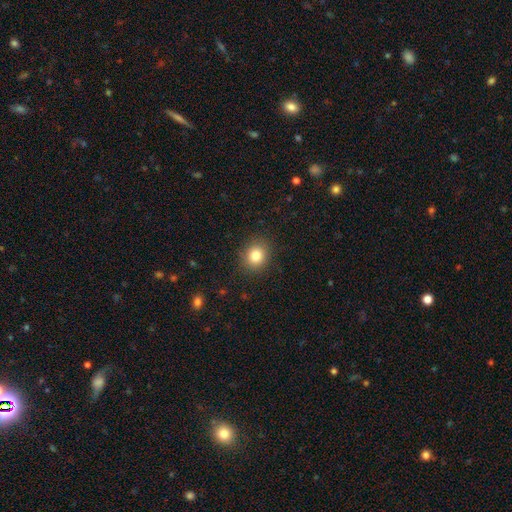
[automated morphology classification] This is clearly a smooth galaxy (83%). How rounded: likely round (78%). Merging: clearly none (88%).